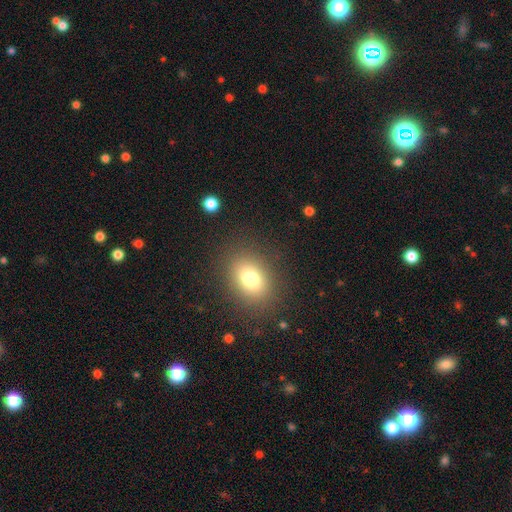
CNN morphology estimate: smooth 72%, star or artifact 20%, featured or disk 9%. Down the decision tree: how rounded — in between (62%); merging — none (90%).